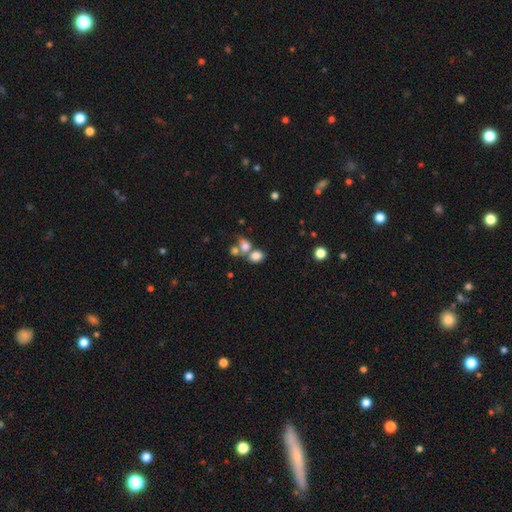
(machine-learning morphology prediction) The model was most divided on "merging": merger: 45%, none: 39%, minor disturbance: 10%, major disturbance: 6%. More confident: smooth or featured — smooth (79%); how rounded — in between (57%).